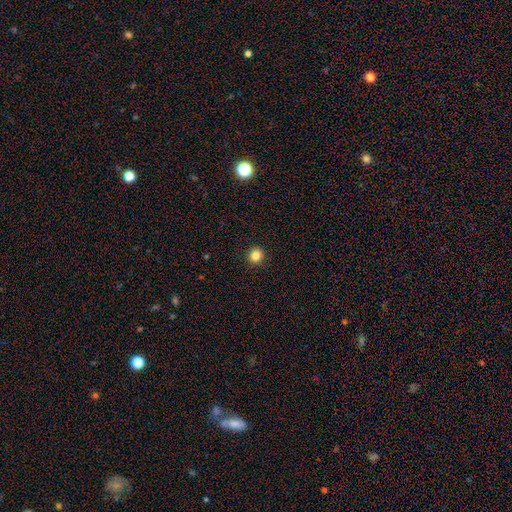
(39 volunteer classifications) Morphology: type=smooth (92%); roundness=round (86%); merging=none (92%).